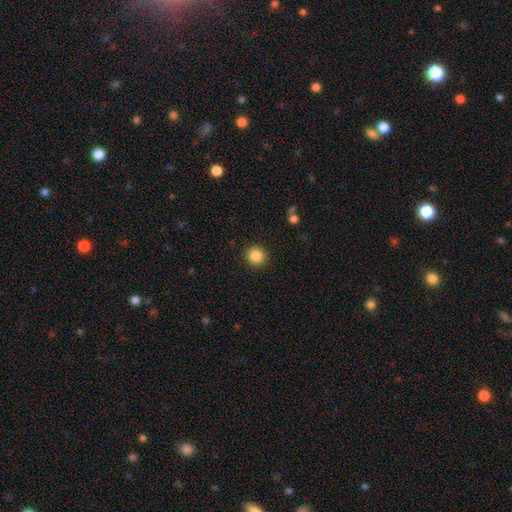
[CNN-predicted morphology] A smooth galaxy with no disk features (87%) that is round (92%). Merging: none (92%).